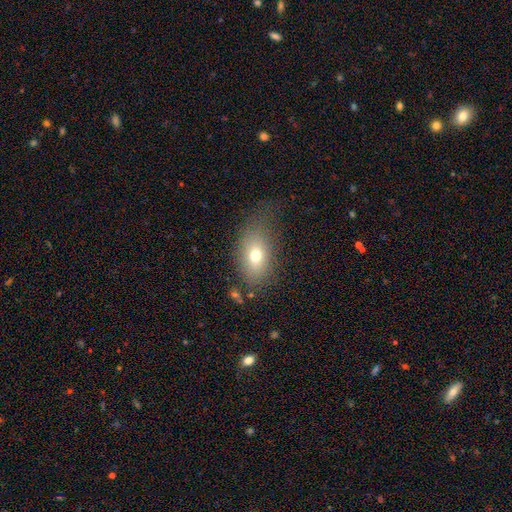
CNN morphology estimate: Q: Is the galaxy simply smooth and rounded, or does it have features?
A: smooth — 70%.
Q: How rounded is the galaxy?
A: in between — 82%.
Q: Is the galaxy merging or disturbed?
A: none — 63%.